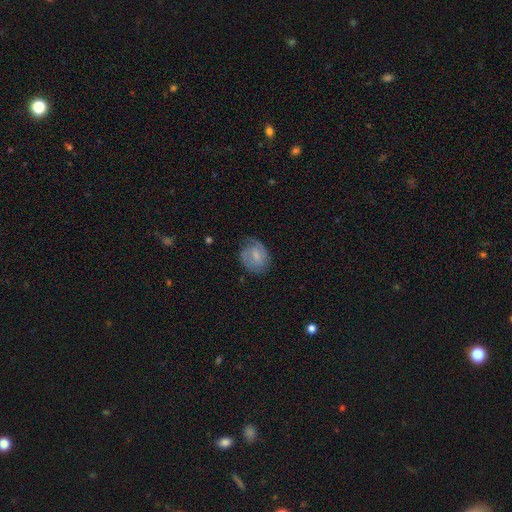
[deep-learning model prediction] Q: Smooth or featured?
A: featured or disk (48%); runner-up: smooth (45%)
Q: Merging?
A: none (63%); runner-up: minor disturbance (25%)